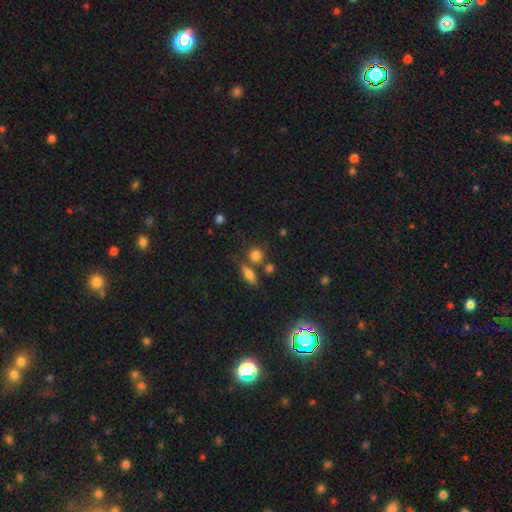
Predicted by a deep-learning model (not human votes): A smooth galaxy with no disk features (78%) that is round (80%). Merging: none (67%).